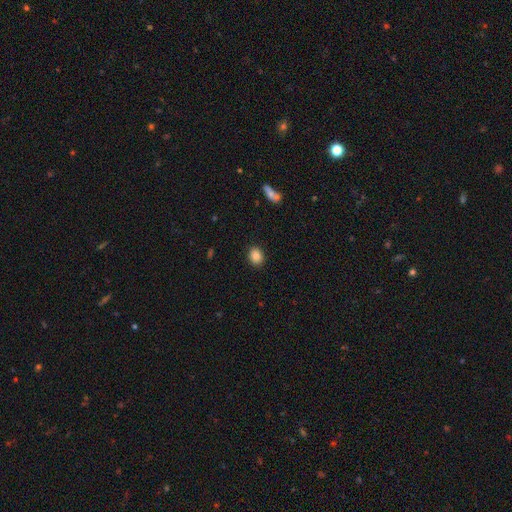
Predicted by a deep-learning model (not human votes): A smooth galaxy with no disk features (85%) that is round (58%). Merging: none (90%).